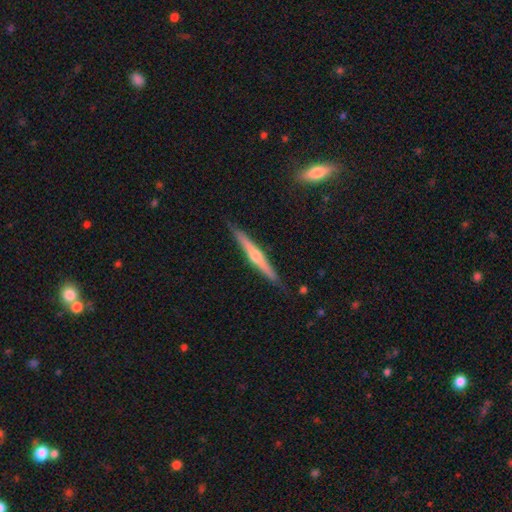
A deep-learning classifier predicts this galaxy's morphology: This appears to be a featured or disk galaxy (73%) viewed edge-on (98%) with a rounded central bulge (86%). Merging: none (89%).